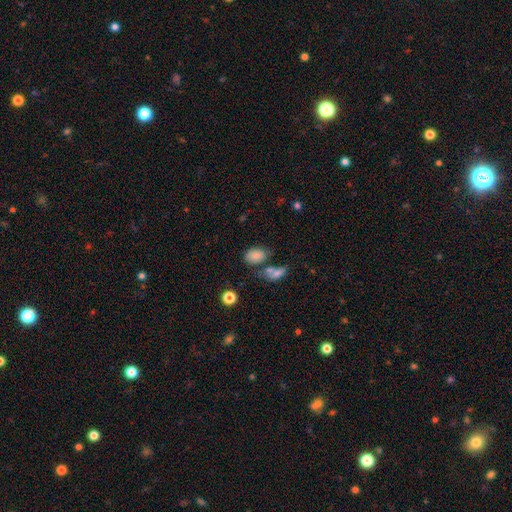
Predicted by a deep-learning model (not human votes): Morphology: type=smooth (82%); roundness=in between (83%); merging=none (52%).